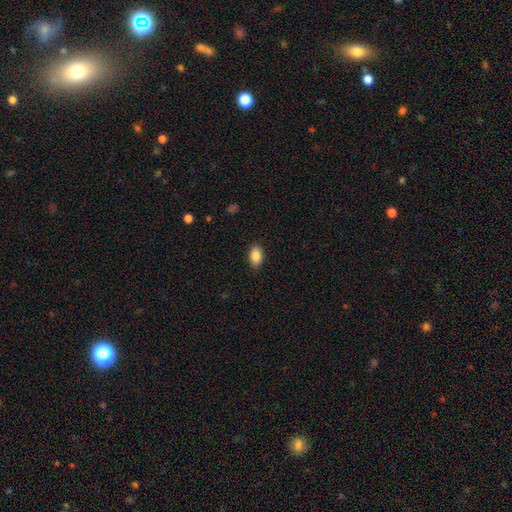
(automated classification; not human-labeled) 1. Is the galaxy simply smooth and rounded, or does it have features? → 87% smooth, 8% star or artifact, 5% featured or disk.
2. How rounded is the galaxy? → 91% in between, 8% round, 2% cigar-shaped.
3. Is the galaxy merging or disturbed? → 87% none, 10% minor disturbance, 2% major disturbance, 1% merger.